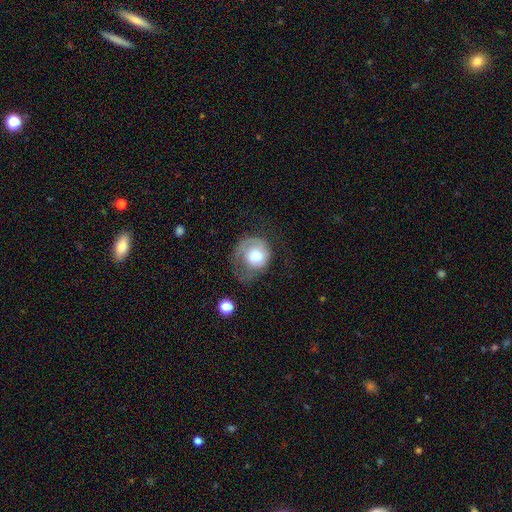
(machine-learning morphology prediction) smooth 57%, featured or disk 36%, star or artifact 7%. Down the decision tree: how rounded — round (77%); merging — major disturbance (43%).